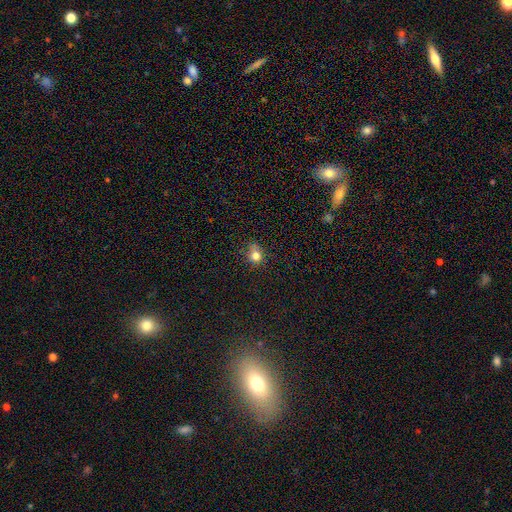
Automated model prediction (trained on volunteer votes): smooth-or-featured: smooth: 78% | star or artifact: 15% | featured or disk: 7%
  how-rounded: round: 80% | in between: 19% | cigar-shaped: 1%
  merging: none: 66% | minor disturbance: 23% | major disturbance: 7% | merger: 5%